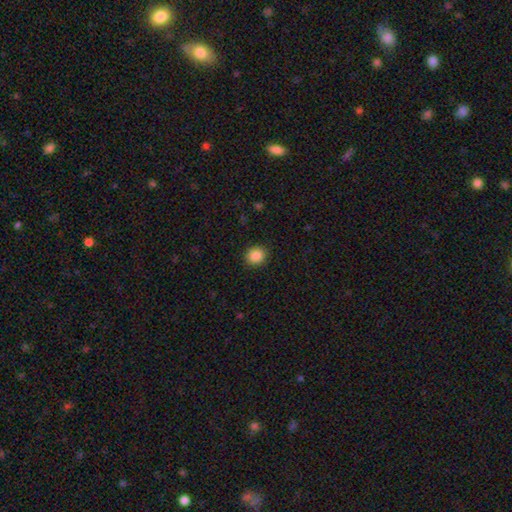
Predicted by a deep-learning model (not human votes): Smooth or featured?
  - smooth: 88% *
  - star or artifact: 9%
  - featured or disk: 3%
How rounded?
  - round: 78% *
  - in between: 21%
  - cigar-shaped: 1%
Merging?
  - none: 90% *
  - minor disturbance: 7%
  - major disturbance: 2%
  - merger: 1%